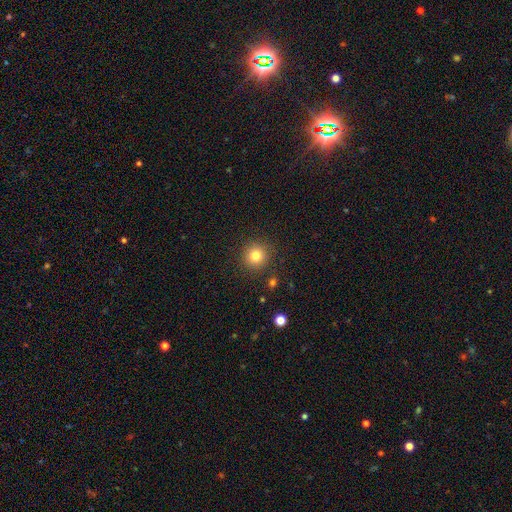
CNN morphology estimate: The model was most divided on "smooth or featured": smooth: 81%, star or artifact: 12%, featured or disk: 7%. More confident: how rounded — round (94%); merging — none (90%).